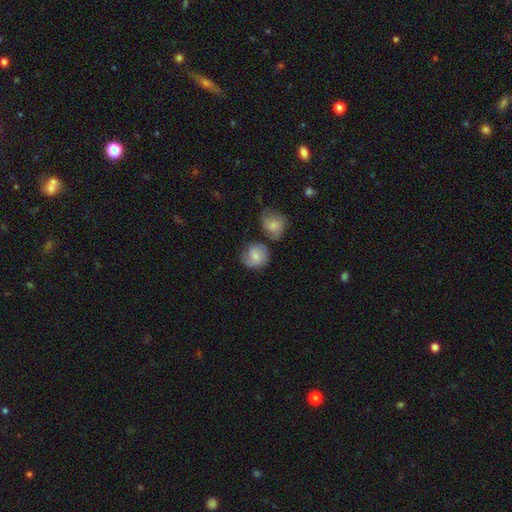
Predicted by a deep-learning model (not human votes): Smooth or featured? Predicted: smooth (p=0.63). How rounded? Predicted: round (p=0.83). Merging? Predicted: none (p=0.55).